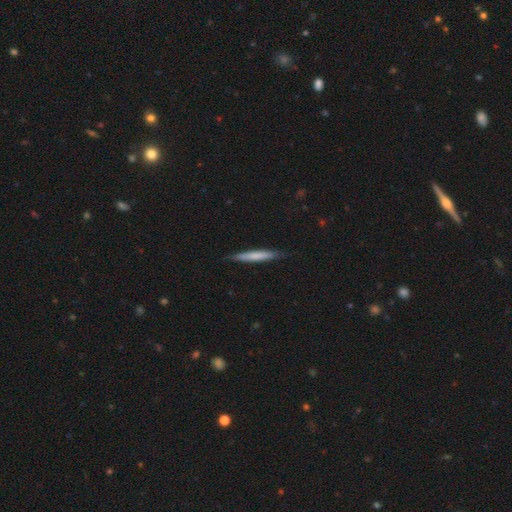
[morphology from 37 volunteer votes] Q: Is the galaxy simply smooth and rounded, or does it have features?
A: smooth — 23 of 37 (62%).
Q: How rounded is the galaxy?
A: cigar-shaped — 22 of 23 (96%).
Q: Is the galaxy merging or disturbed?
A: none — 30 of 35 (86%).